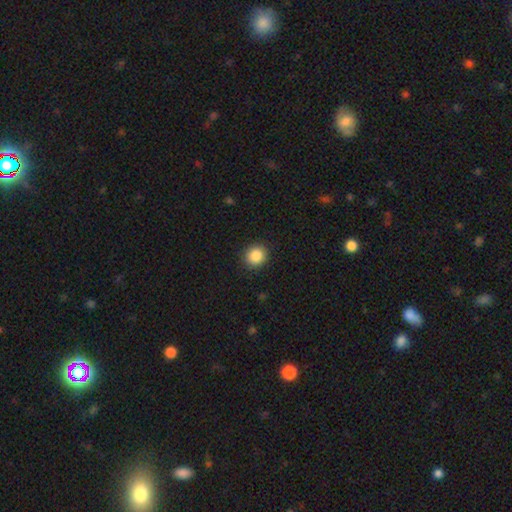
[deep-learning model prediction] Overall: smooth (87%). How rounded: round (87%). Merging: none (91%).